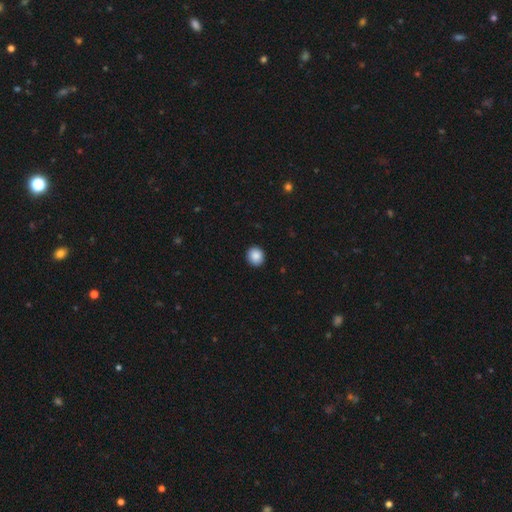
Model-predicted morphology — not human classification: smooth-or-featured: smooth: 88% | star or artifact: 9% | featured or disk: 3%
  how-rounded: round: 85% | in between: 14% | cigar-shaped: 1%
  merging: none: 92% | minor disturbance: 6% | major disturbance: 2% | merger: 1%